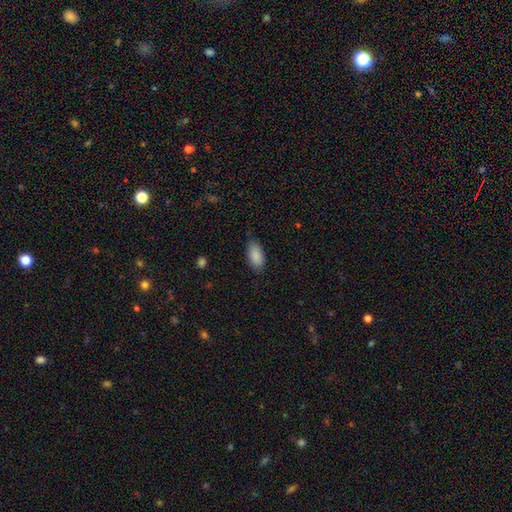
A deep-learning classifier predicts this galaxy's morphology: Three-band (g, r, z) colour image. It shows a smooth galaxy with no disk features (89%) that is in between round and cigar-shaped (93%). Merging: none (78%).